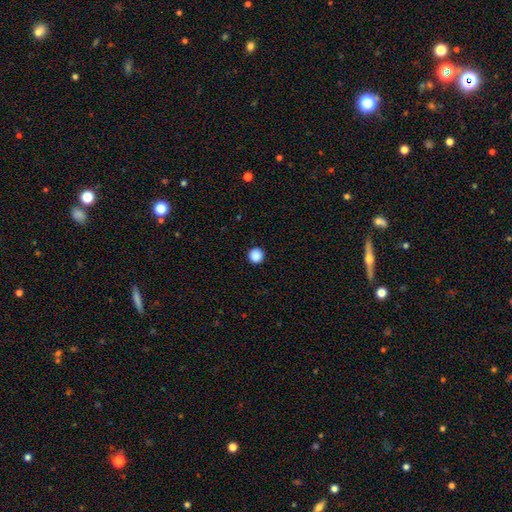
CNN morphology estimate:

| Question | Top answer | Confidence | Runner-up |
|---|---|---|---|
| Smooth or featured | smooth | 89% | star or artifact (9%) |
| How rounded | round | 96% | in between (3%) |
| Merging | none | 93% | minor disturbance (4%) |